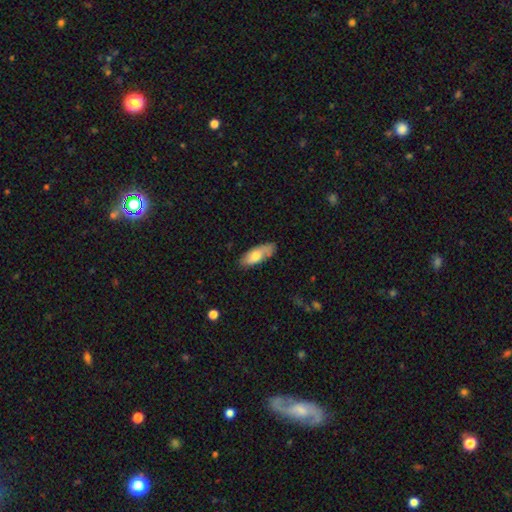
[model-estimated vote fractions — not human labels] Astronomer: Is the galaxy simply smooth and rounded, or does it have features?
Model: smooth — 64%.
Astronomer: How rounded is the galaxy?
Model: in between — 75%.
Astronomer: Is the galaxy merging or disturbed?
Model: none — 73%.